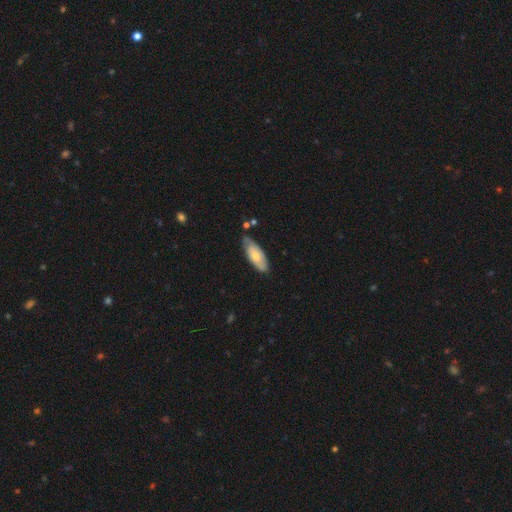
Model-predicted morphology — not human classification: smooth_or_featured: smooth (p=0.61) [alt: featured or disk p=0.33]
how_rounded: in between (p=0.76) [alt: cigar-shaped p=0.22]
merging: none (p=0.68) [alt: minor disturbance p=0.24]